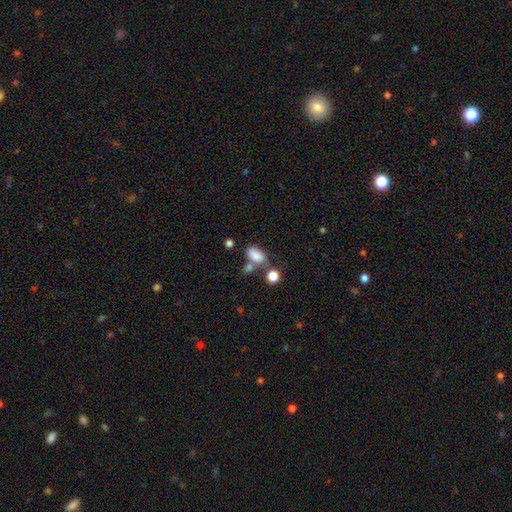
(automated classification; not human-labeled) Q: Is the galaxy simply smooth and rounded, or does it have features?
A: smooth — 83%.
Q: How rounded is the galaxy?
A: in between — 89%.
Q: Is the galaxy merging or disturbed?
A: none — 49%.